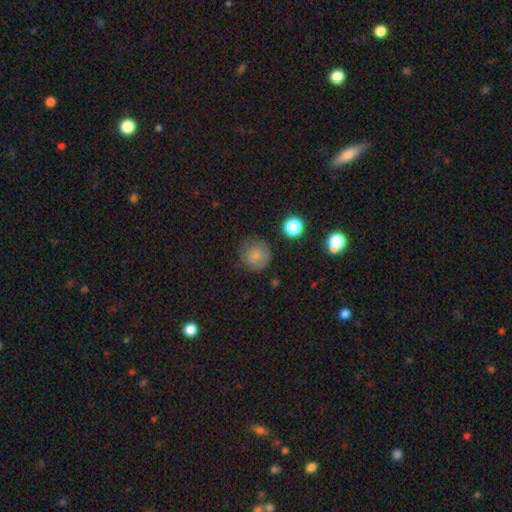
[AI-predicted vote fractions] A smooth galaxy with no disk features (81%) that is round (94%). Merging: none (79%).